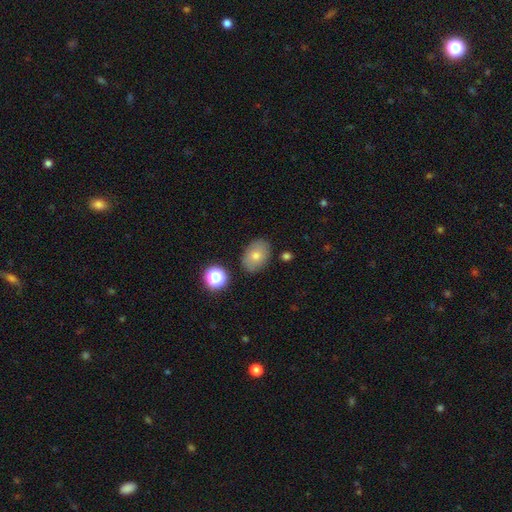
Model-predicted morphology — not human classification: This appears to be a smooth galaxy with no disk features (72%) that is in between round and cigar-shaped (73%). Merging: none (83%).